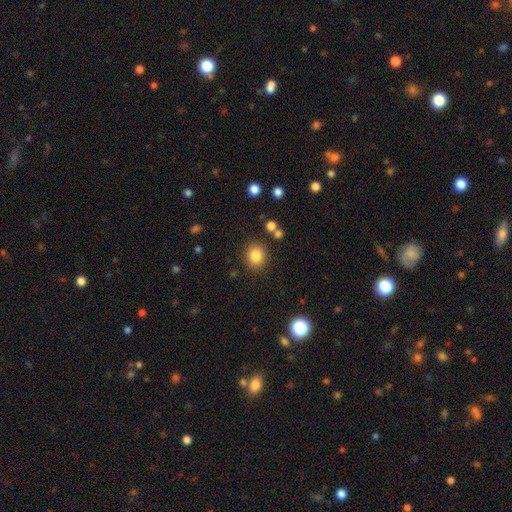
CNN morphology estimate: Smooth or featured? smooth (84%)
How rounded? round (82%)
Merging? none (86%)